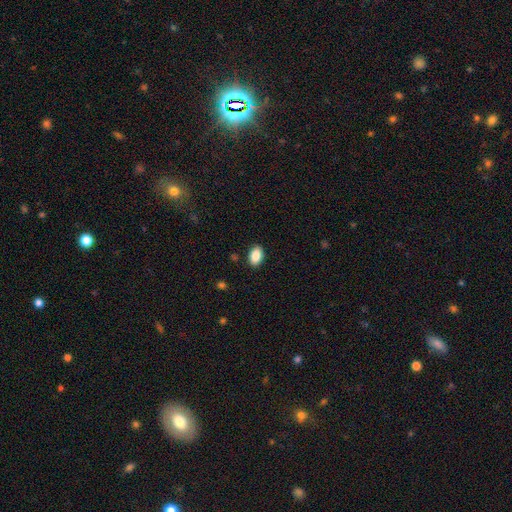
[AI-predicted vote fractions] smooth_or_featured: smooth (p=0.86) [alt: star or artifact p=0.08]
how_rounded: in between (p=0.89) [alt: round p=0.09]
merging: none (p=0.89) [alt: minor disturbance p=0.08]